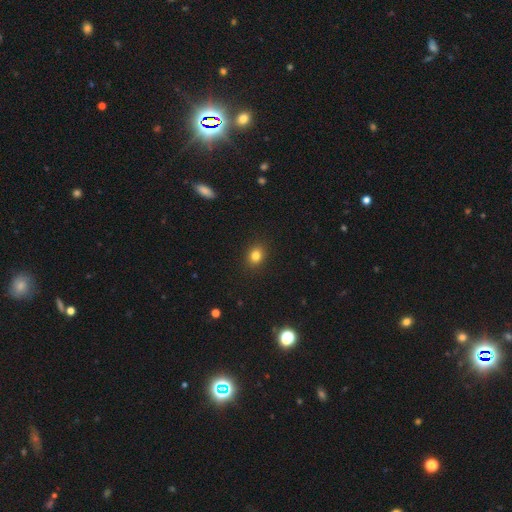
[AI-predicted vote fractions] A smooth galaxy with no disk features (82%) that is round (59%).

Vote fractions:
- Smooth or featured? smooth: 82% / star or artifact: 12% / featured or disk: 6%
- How rounded? round: 59% / in between: 40% / cigar-shaped: 1%
- Merging? none: 90% / minor disturbance: 7% / major disturbance: 2% / merger: 1%